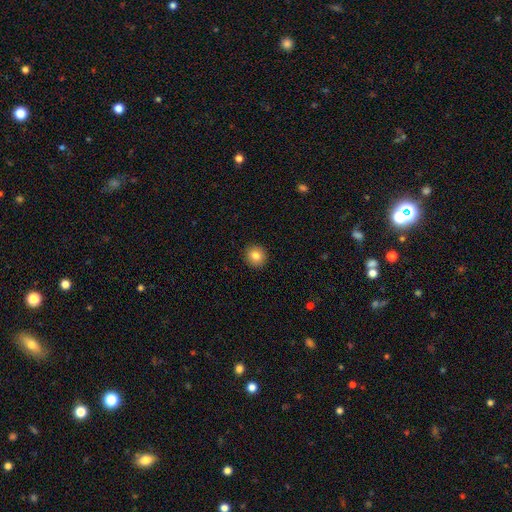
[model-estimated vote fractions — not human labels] Overall: smooth (83%). How rounded: round (93%). Merging: none (92%).